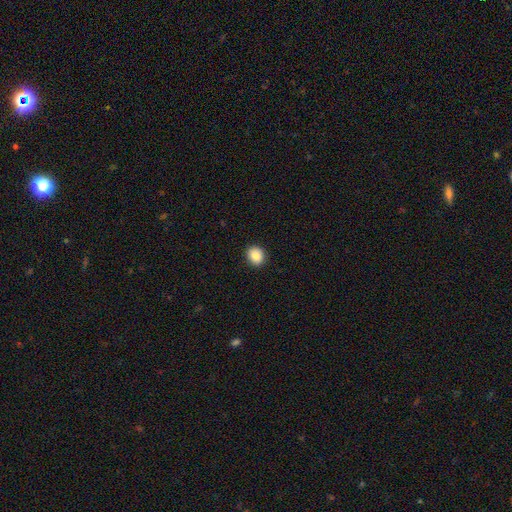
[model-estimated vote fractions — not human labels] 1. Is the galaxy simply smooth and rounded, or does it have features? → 87% smooth, 9% star or artifact, 4% featured or disk.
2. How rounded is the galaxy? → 69% round, 30% in between, 1% cigar-shaped.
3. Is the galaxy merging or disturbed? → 91% none, 6% minor disturbance, 2% major disturbance, 1% merger.